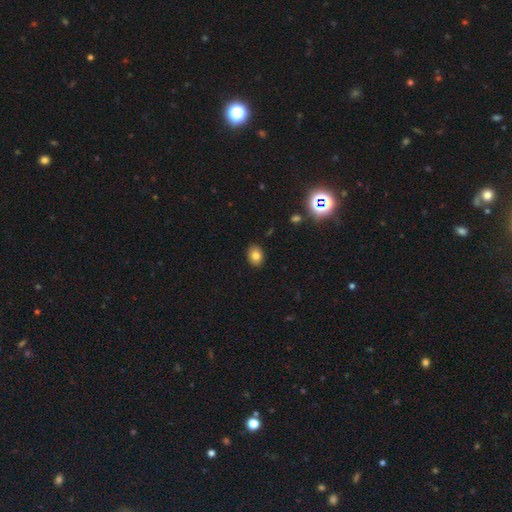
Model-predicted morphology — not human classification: smooth_or_featured: smooth (p=0.80) [alt: star or artifact p=0.11]
how_rounded: in between (p=0.67) [alt: round p=0.32]
merging: none (p=0.89) [alt: minor disturbance p=0.08]